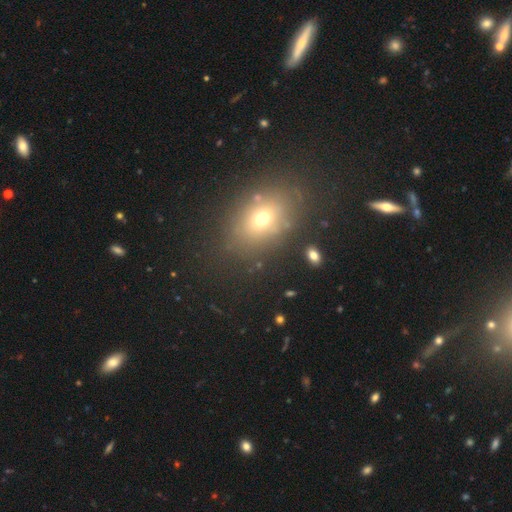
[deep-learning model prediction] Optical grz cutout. It shows a smooth galaxy with no disk features (58%) that is in between round and cigar-shaped (58%). Merging: none (86%).